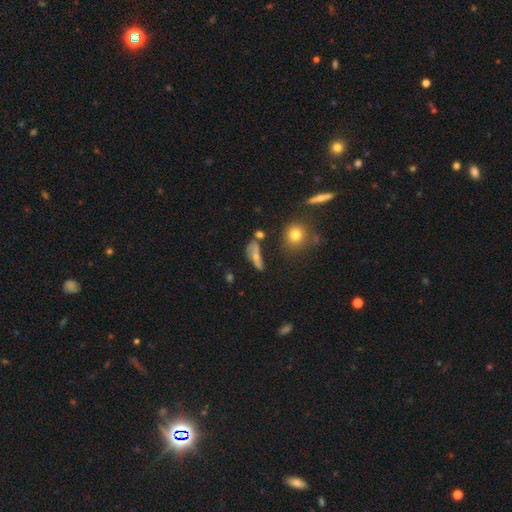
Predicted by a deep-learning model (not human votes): The model was most divided on "smooth or featured": featured or disk: 46%, smooth: 42%, star or artifact: 13%. Remaining: merging — none (41%).